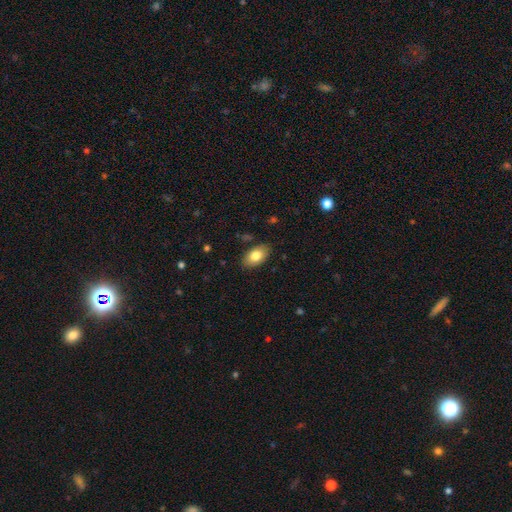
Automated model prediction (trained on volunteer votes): Smooth or featured? smooth (81%)
How rounded? in between (92%)
Merging? none (86%)